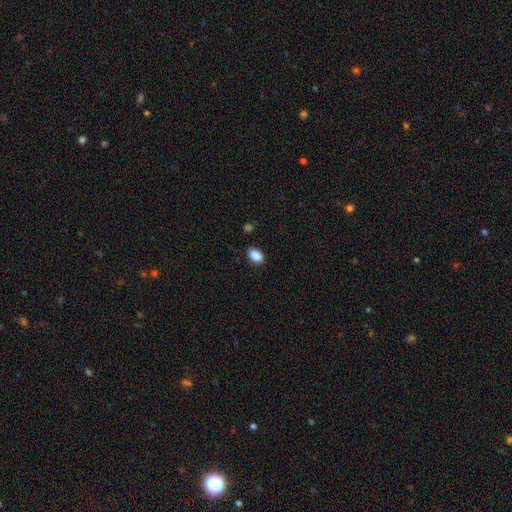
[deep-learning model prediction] Overall: smooth (89%). How rounded: in between (84%). Merging: none (84%).